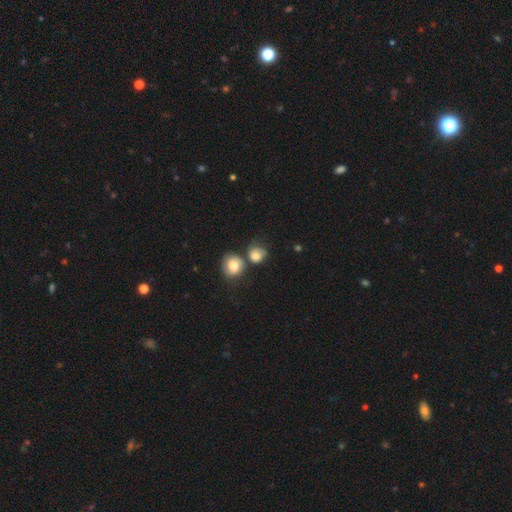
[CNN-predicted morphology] smooth 79%, featured or disk 11%, star or artifact 10%. Down the decision tree: how rounded — round (77%); merging — none (47%).